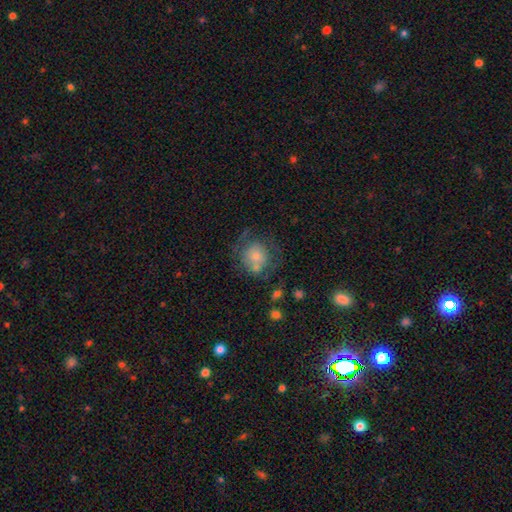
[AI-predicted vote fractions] smooth-or-featured: smooth: 49% | featured or disk: 39% | star or artifact: 12%
  merging: none: 54% | minor disturbance: 21% | major disturbance: 17% | merger: 9%